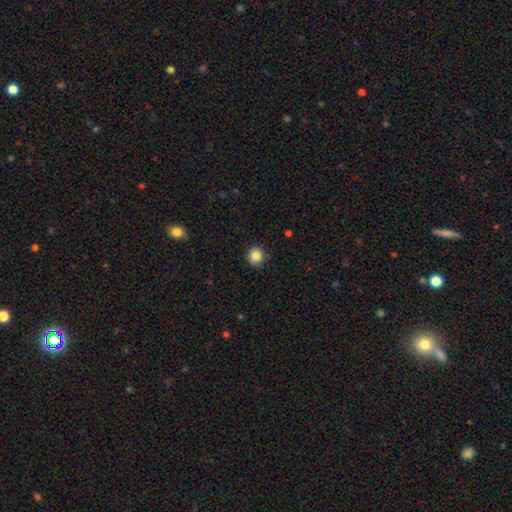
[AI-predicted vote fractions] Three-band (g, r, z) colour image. It shows a smooth galaxy with no disk features (86%) that is round (91%). Merging: none (89%).